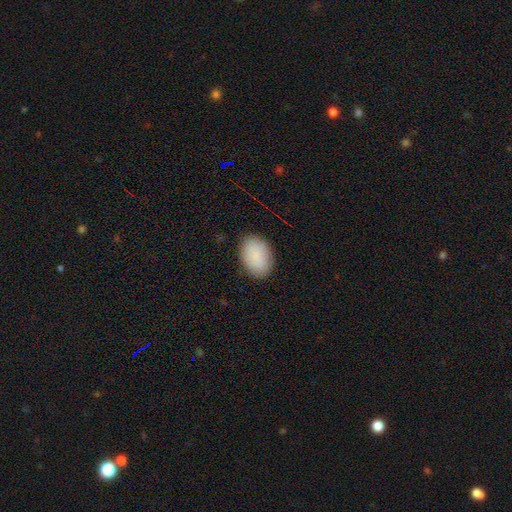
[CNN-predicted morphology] type=smooth (89%); roundness=in between (81%); merging=none (87%).